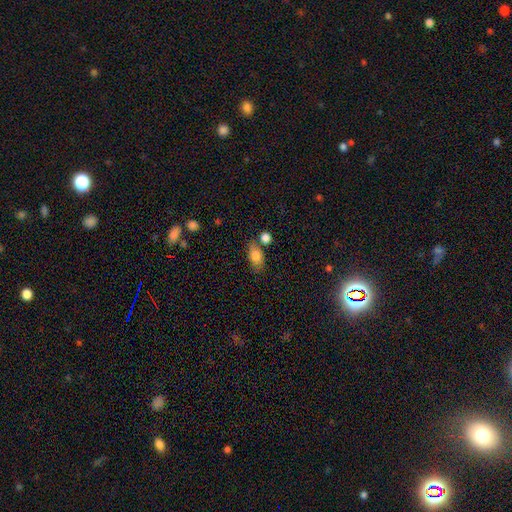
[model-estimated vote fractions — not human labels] Smooth or featured: smooth — 83% (featured or disk — 9%)
How rounded: in between — 86% (round — 10%)
Merging: none — 65% (minor disturbance — 16%)